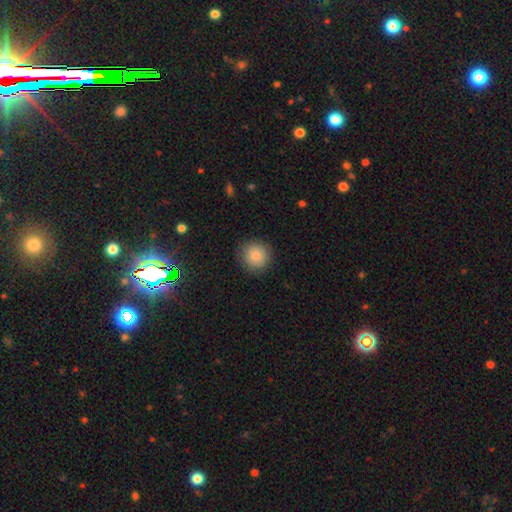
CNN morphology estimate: Smooth or featured? Predicted: smooth (p=0.85). How rounded? Predicted: round (p=0.94). Merging? Predicted: none (p=0.88).